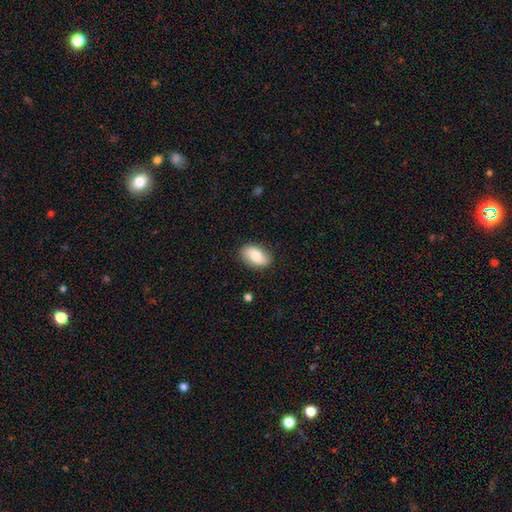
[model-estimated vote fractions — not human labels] Smooth or featured? smooth (70%)
How rounded? in between (91%)
Merging? none (82%)